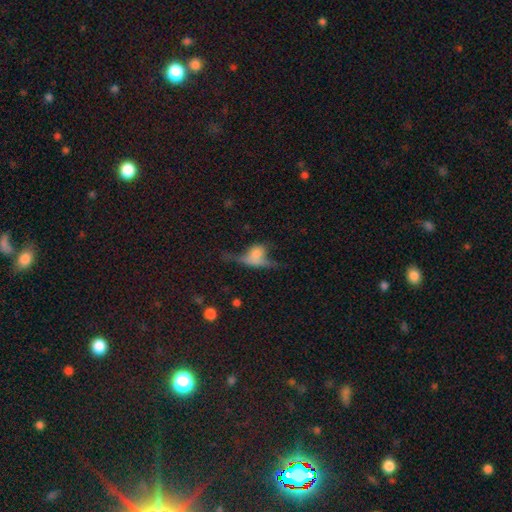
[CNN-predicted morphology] A featured or disk galaxy (45%).

Vote fractions:
- Smooth or featured? featured or disk: 45% / smooth: 42% / star or artifact: 14%
- Merging? major disturbance: 34% / none: 29% / merger: 19% / minor disturbance: 18%